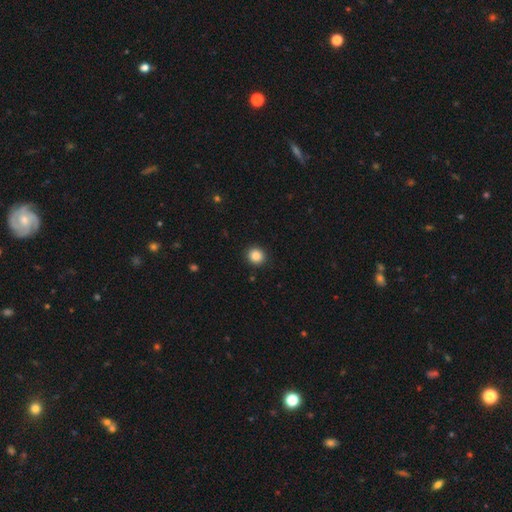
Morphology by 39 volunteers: Smooth or featured? smooth (87%)
How rounded? round (88%)
Merging? none (95%)